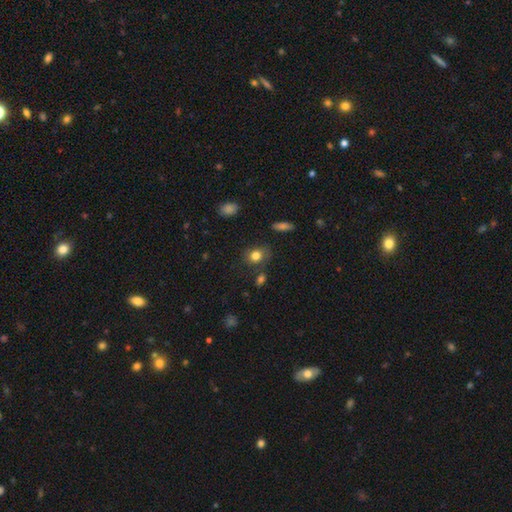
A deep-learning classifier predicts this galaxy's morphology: This is likely a smooth galaxy (80%). How rounded: possibly round (52%). Merging: likely none (73%).